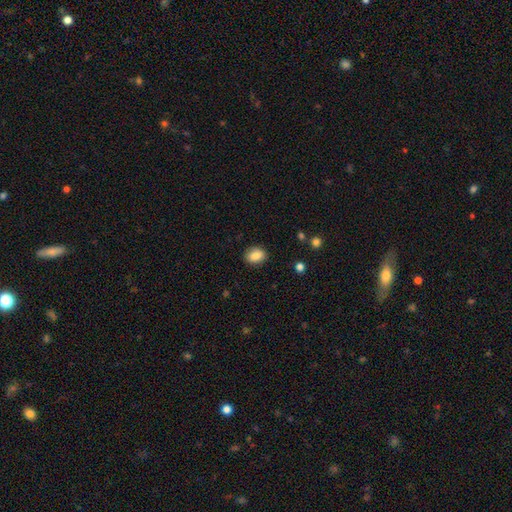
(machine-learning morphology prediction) Smooth or featured? Predicted: smooth (p=0.86). How rounded? Predicted: in between (p=0.66). Merging? Predicted: none (p=0.86).